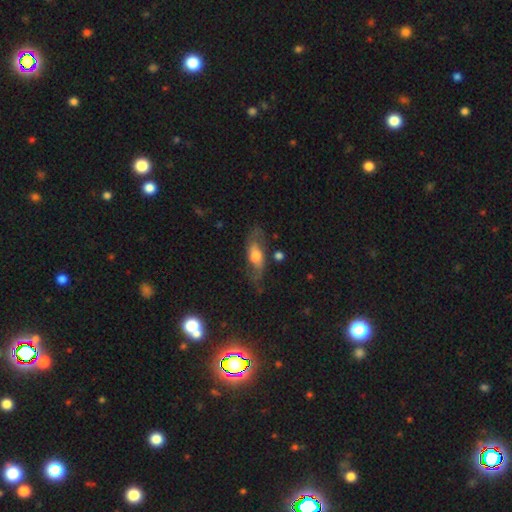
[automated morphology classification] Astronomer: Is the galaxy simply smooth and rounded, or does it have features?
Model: featured or disk — 51% (runner-up: smooth, 41%).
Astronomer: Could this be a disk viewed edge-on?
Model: no — 70%.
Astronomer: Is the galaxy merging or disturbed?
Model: none — 61%.